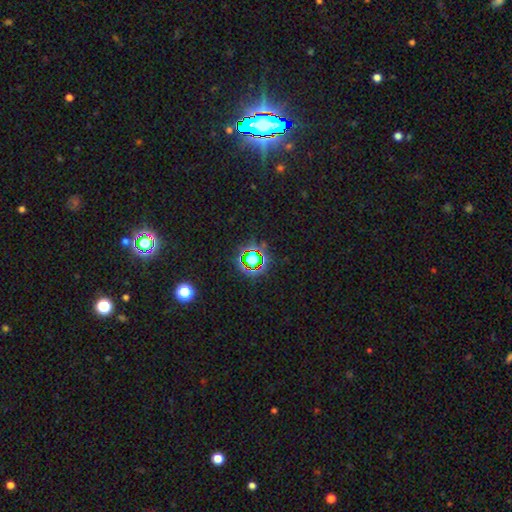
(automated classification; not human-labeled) Overall: star or artifact (71%).